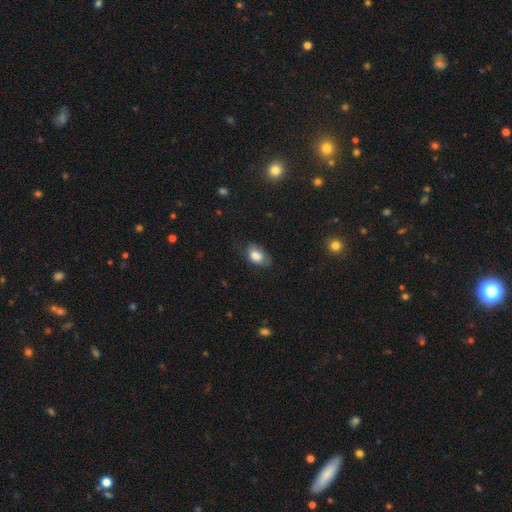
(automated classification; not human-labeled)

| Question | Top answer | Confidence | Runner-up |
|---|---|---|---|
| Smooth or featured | smooth | 80% | featured or disk (12%) |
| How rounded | in between | 85% | round (14%) |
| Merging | none | 58% | minor disturbance (31%) |